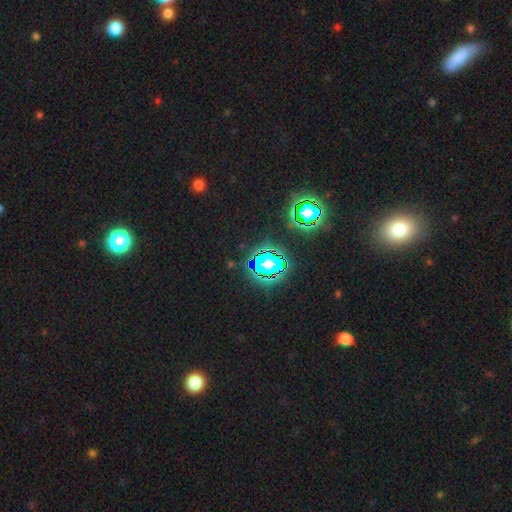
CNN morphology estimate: type=star or artifact (78%).